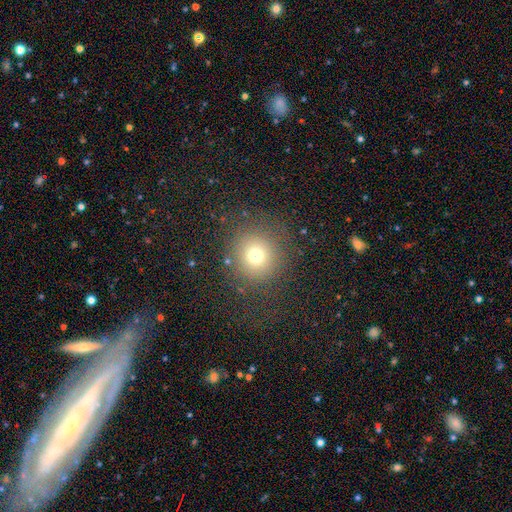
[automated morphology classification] Smooth or featured? Predicted: smooth (p=0.71). How rounded? Predicted: round (p=0.93). Merging? Predicted: none (p=0.83).